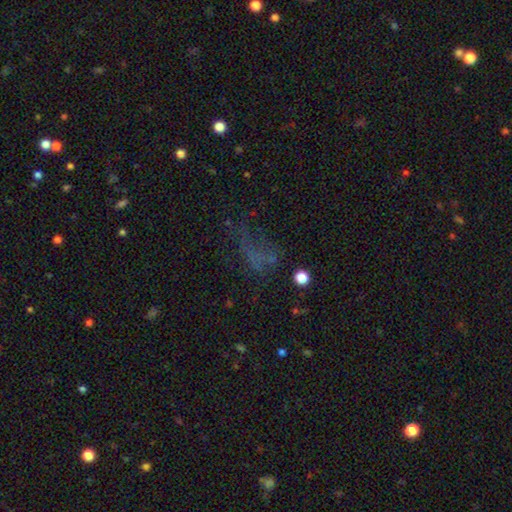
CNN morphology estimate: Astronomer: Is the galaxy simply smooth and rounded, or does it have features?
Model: smooth — 37% (runner-up: star or artifact, 36%).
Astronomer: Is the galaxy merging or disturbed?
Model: none — 40% (runner-up: major disturbance, 38%).